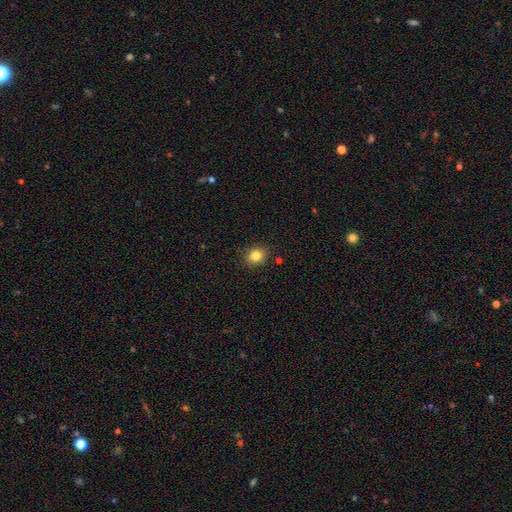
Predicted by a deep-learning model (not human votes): Q: Smooth or featured?
A: smooth (83%); runner-up: star or artifact (11%)
Q: How rounded?
A: round (66%); runner-up: in between (33%)
Q: Merging?
A: none (87%); runner-up: minor disturbance (9%)